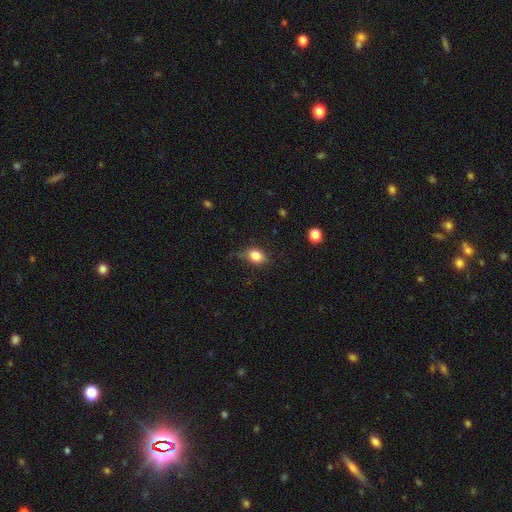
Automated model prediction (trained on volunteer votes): Smooth or featured? smooth (83%)
How rounded? in between (73%)
Merging? none (60%)